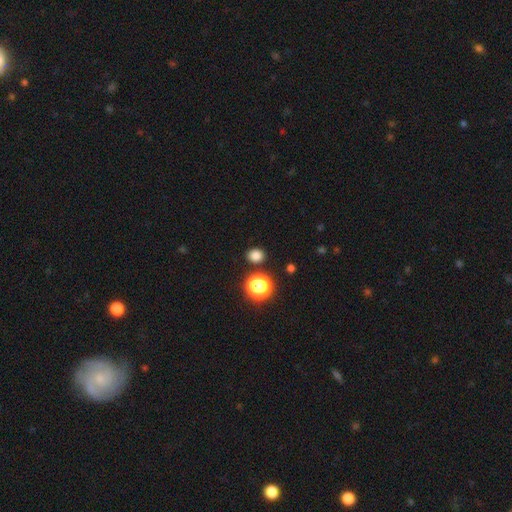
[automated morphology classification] Smooth or featured? smooth (79%)
How rounded? round (71%)
Merging? none (88%)